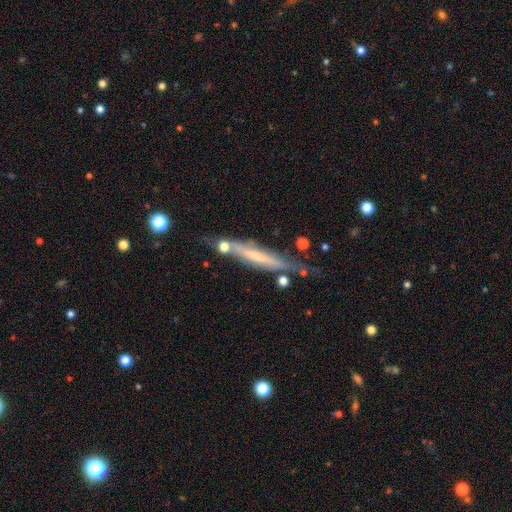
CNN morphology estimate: smooth_or_featured: featured or disk (p=0.58) [alt: smooth p=0.35]
disk_edge_on: yes (p=0.87) [alt: no p=0.13]
edge_on_bulge: none (p=0.61) [alt: rounded p=0.25]
merging: none (p=0.63) [alt: minor disturbance p=0.21]